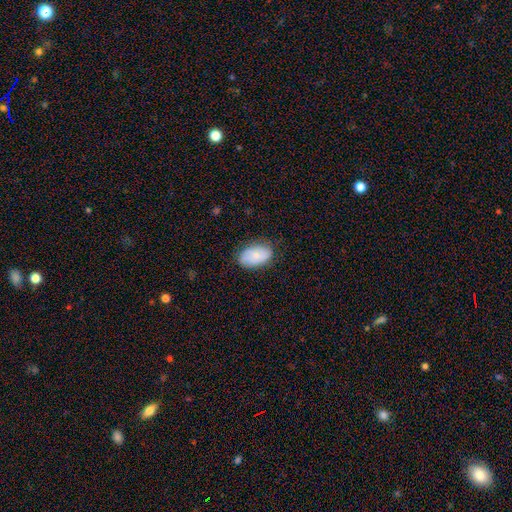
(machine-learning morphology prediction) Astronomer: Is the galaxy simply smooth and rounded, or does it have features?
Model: smooth — 75%.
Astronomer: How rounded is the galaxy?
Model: in between — 92%.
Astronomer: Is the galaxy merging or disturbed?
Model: none — 78%.